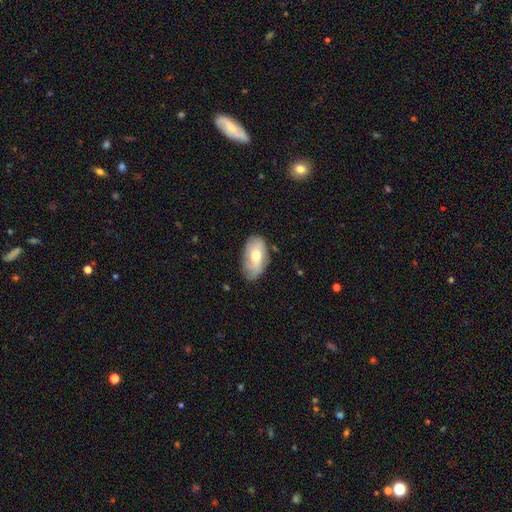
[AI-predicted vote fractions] The model was most divided on "smooth or featured": smooth: 60%, featured or disk: 34%, star or artifact: 6%. More confident: how rounded — in between (93%); merging — none (73%).